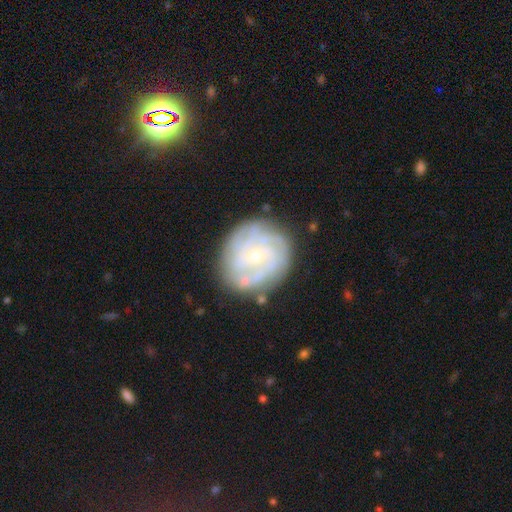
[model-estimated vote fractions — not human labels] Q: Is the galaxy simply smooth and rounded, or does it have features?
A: featured or disk — 76%.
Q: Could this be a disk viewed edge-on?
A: no — 98%.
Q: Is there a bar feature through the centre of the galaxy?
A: no — 70%.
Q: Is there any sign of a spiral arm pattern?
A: yes — 87%.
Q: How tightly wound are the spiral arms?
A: tight — 66%.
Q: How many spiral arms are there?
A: can't tell — 42%.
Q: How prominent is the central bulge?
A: small — 70%.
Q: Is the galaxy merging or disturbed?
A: none — 77%.